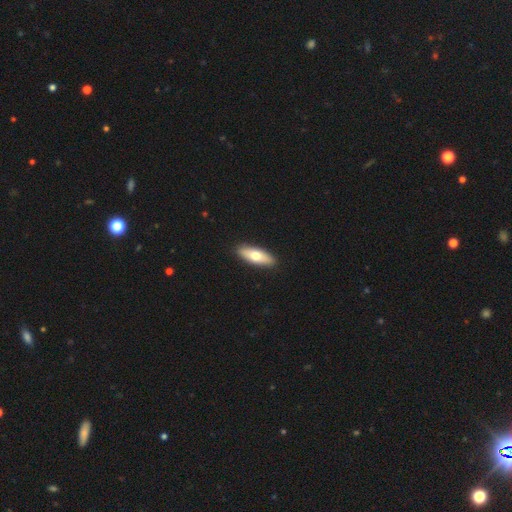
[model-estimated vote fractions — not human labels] smooth_or_featured: smooth (p=0.67) [alt: featured or disk p=0.28]
how_rounded: in between (p=0.64) [alt: cigar-shaped p=0.34]
merging: none (p=0.91) [alt: minor disturbance p=0.06]